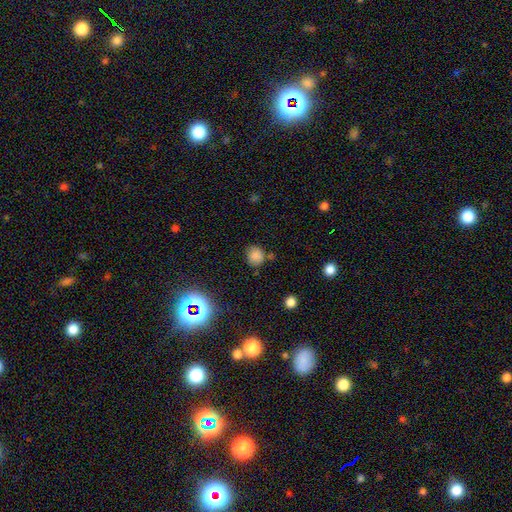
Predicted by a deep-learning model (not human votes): Overall: smooth (81%). How rounded: round (79%). Merging: none (72%).